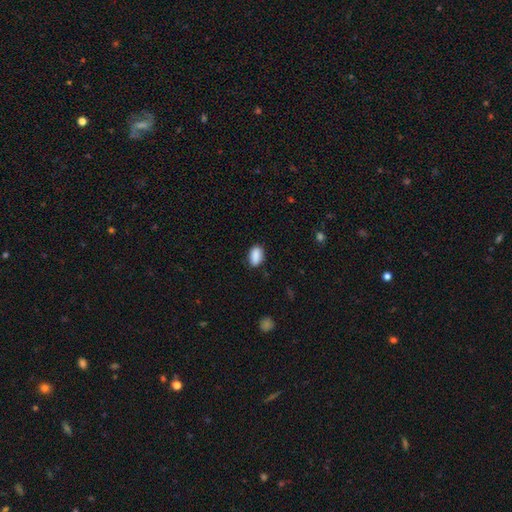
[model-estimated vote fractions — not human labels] Smooth or featured?
  - smooth: 89% *
  - star or artifact: 7%
  - featured or disk: 4%
How rounded?
  - in between: 90% *
  - round: 7%
  - cigar-shaped: 3%
Merging?
  - none: 81% *
  - minor disturbance: 15%
  - major disturbance: 3%
  - merger: 1%